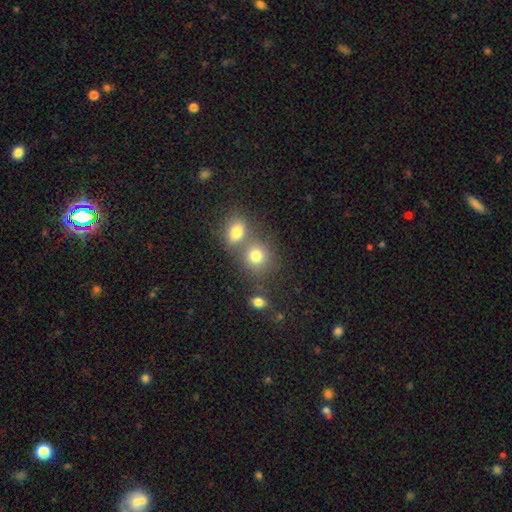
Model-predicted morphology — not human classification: This appears to be a smooth galaxy with no disk features (78%) that is round (75%). Merging: none (50%).